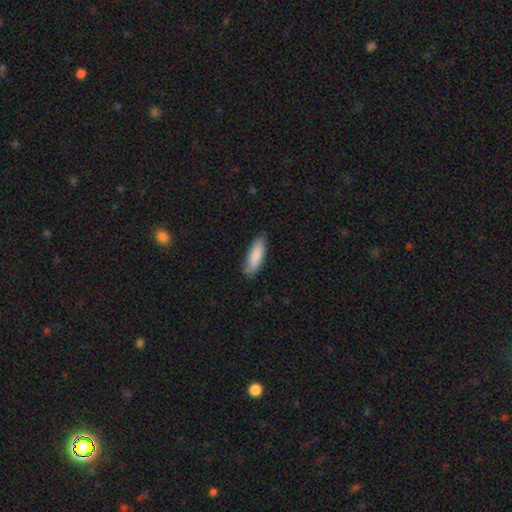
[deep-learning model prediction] smooth-or-featured: smooth: 87% | featured or disk: 7% | star or artifact: 5%
  how-rounded: in between: 59% | cigar-shaped: 39% | round: 1%
  merging: none: 82% | minor disturbance: 15% | major disturbance: 2% | merger: 1%